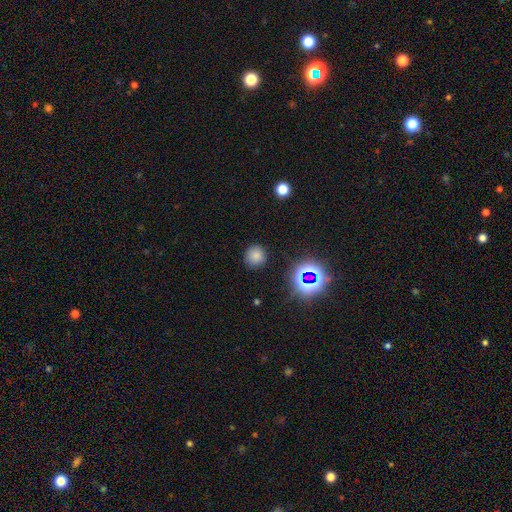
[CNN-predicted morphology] smooth-or-featured: smooth: 75% | star or artifact: 20% | featured or disk: 6%
  how-rounded: round: 90% | in between: 9% | cigar-shaped: 1%
  merging: none: 87% | minor disturbance: 8% | major disturbance: 3% | merger: 2%